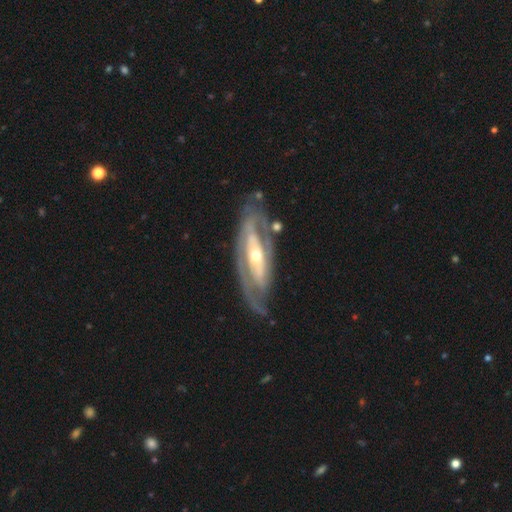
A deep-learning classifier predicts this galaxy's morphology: This is clearly a featured or disk galaxy (86%). It is clearly not viewed edge-on (87%). Bar: marginally no (40%). Spiral arm pattern: likely yes (80%). Spiral arm count: likely 2 (66%). Spiral winding: possibly tight (54%). Central bulge: possibly moderate (56%). Merging: likely none (72%).